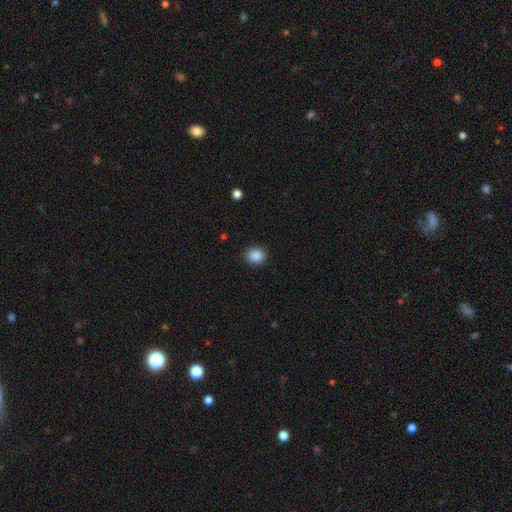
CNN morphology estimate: Smooth or featured: smooth — 88% (star or artifact — 9%)
How rounded: round — 71% (in between — 28%)
Merging: none — 89% (minor disturbance — 8%)